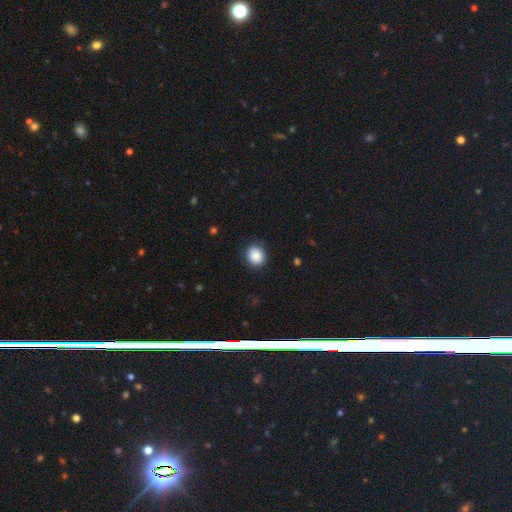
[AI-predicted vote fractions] This appears to be a smooth galaxy with no disk features (88%) that is round (78%). Merging: none (84%).